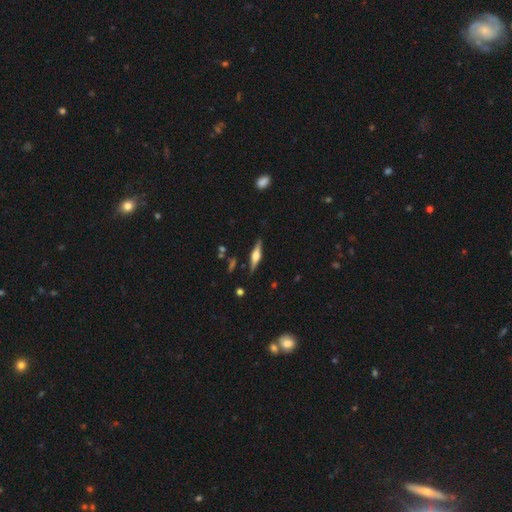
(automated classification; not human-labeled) smooth_or_featured: featured or disk (p=0.67) [alt: smooth p=0.27]
disk_edge_on: yes (p=0.97) [alt: no p=0.03]
edge_on_bulge: rounded (p=0.87) [alt: boxy p=0.10]
merging: none (p=0.86) [alt: minor disturbance p=0.10]